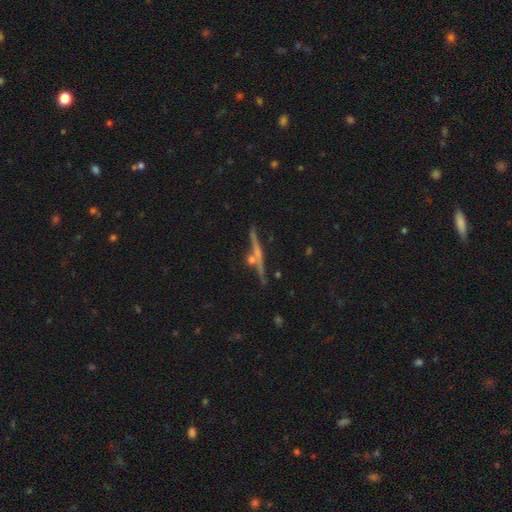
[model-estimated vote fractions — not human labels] smooth_or_featured: featured or disk (p=0.65) [alt: smooth p=0.25]
disk_edge_on: yes (p=0.95) [alt: no p=0.05]
edge_on_bulge: none (p=0.46) [alt: rounded p=0.45]
merging: none (p=0.74) [alt: merger p=0.12]